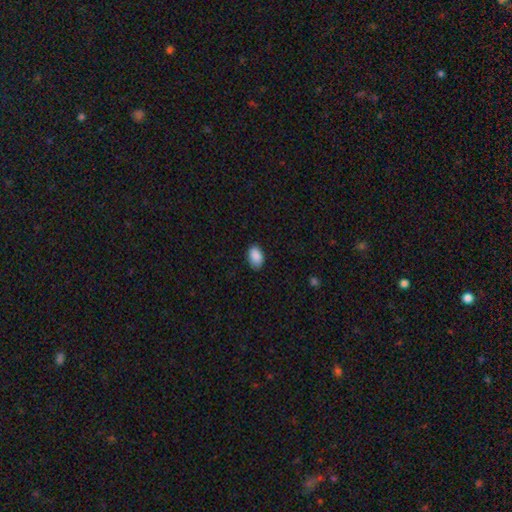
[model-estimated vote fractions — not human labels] Morphology: type=smooth (89%); roundness=in between (90%); merging=none (83%).